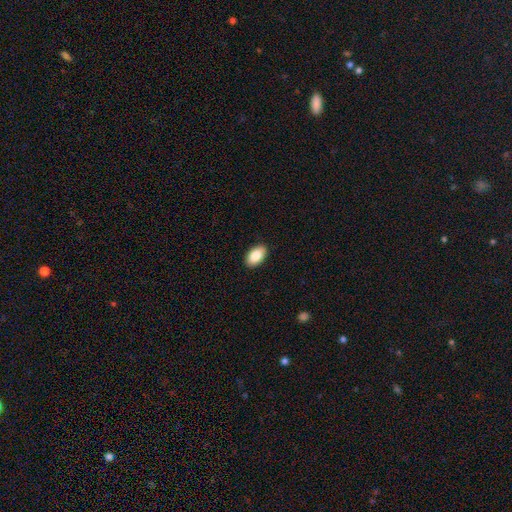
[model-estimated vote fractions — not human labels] Smooth or featured?
  - smooth: 87% *
  - featured or disk: 7%
  - star or artifact: 7%
How rounded?
  - in between: 94% *
  - round: 4%
  - cigar-shaped: 2%
Merging?
  - none: 90% *
  - minor disturbance: 8%
  - major disturbance: 2%
  - merger: 1%